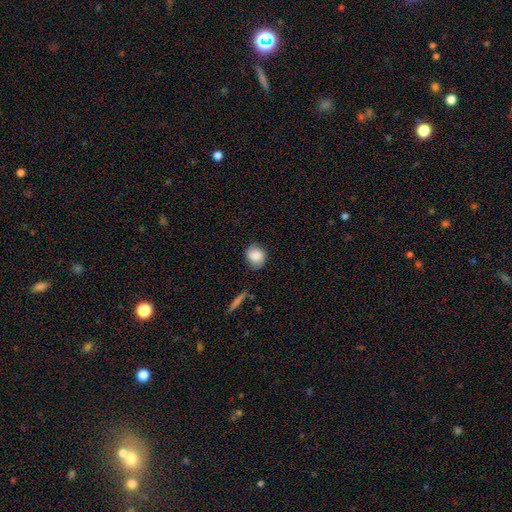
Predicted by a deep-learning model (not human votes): Smooth or featured? smooth (76%)
How rounded? round (70%)
Merging? none (74%)